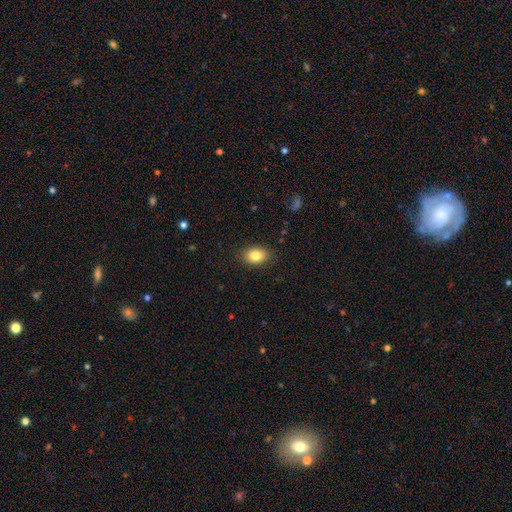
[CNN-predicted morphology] Smooth or featured: smooth — 84% (star or artifact — 8%)
How rounded: in between — 80% (round — 19%)
Merging: none — 87% (minor disturbance — 9%)